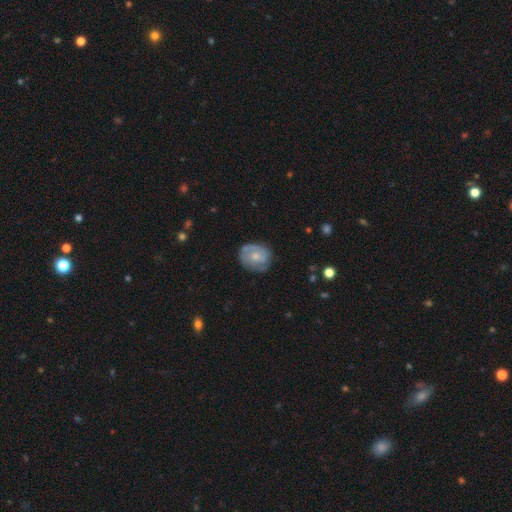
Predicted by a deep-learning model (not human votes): The model was most divided on "bulge size": small: 53%, moderate: 40%, none: 4%, large: 2%, dominant: 1%. More confident: edge-on disk — no (97%); spiral arms — yes (82%); bar — no (73%); merging — none (71%); smooth or featured — featured or disk (61%).